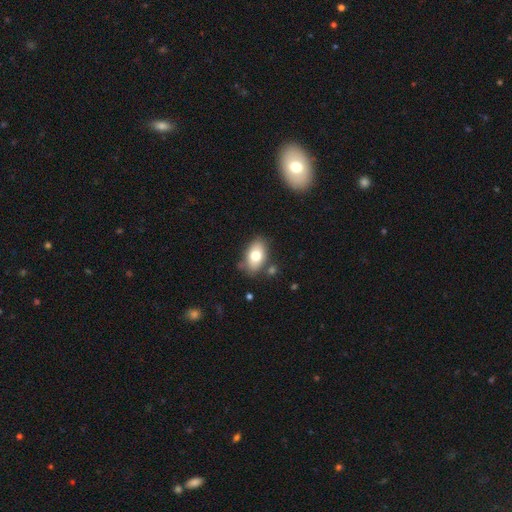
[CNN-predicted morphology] Smooth or featured? smooth (75%)
How rounded? in between (90%)
Merging? none (76%)